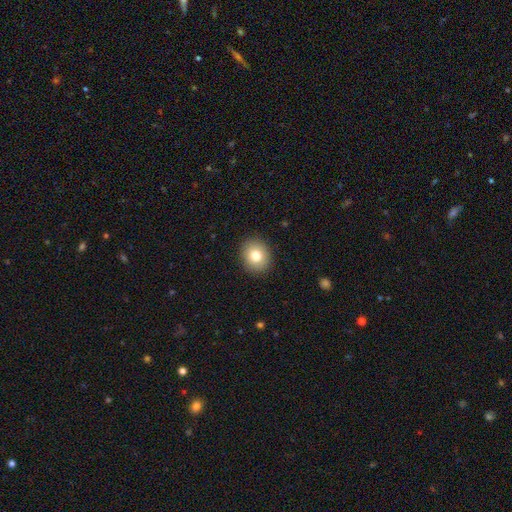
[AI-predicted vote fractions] smooth 80%, featured or disk 11%, star or artifact 10%. Down the decision tree: how rounded — round (70%); merging — none (91%).